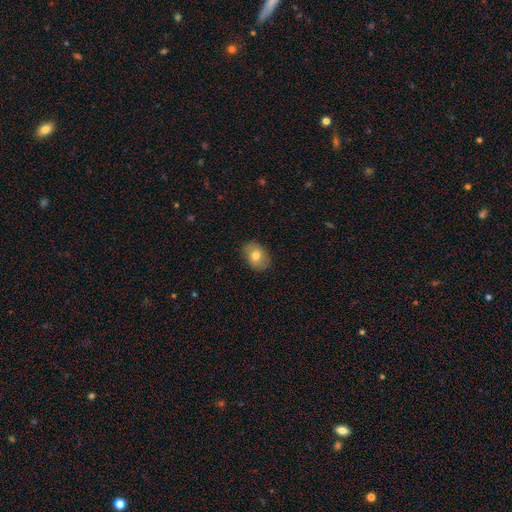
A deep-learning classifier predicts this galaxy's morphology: smooth-or-featured: smooth: 75% | featured or disk: 18% | star or artifact: 8%
  how-rounded: in between: 75% | round: 24% | cigar-shaped: 1%
  merging: none: 85% | minor disturbance: 12% | major disturbance: 3% | merger: 1%